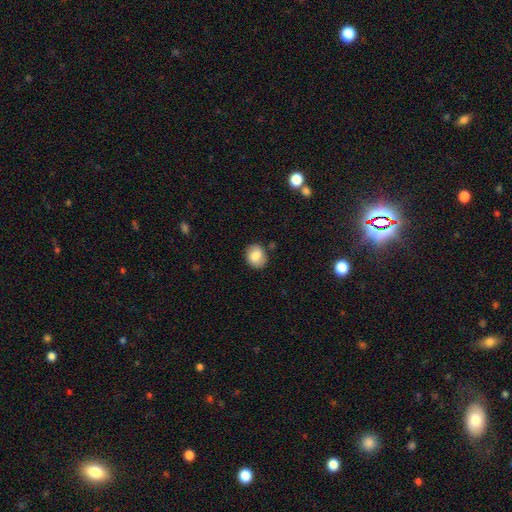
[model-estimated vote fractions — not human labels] Morphology: type=smooth (79%); roundness=round (71%); merging=none (80%).